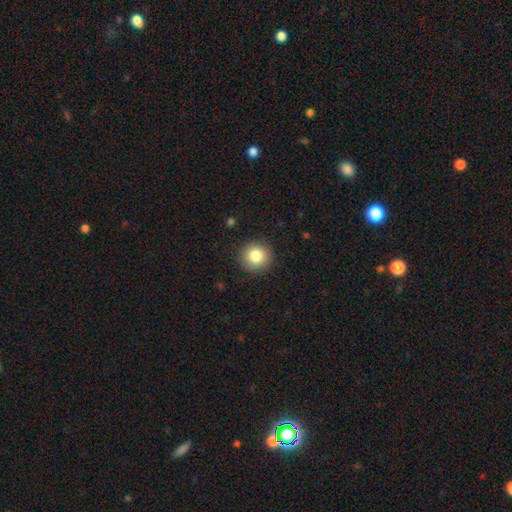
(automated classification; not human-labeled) Overall: smooth (83%). How rounded: round (94%). Merging: none (91%).